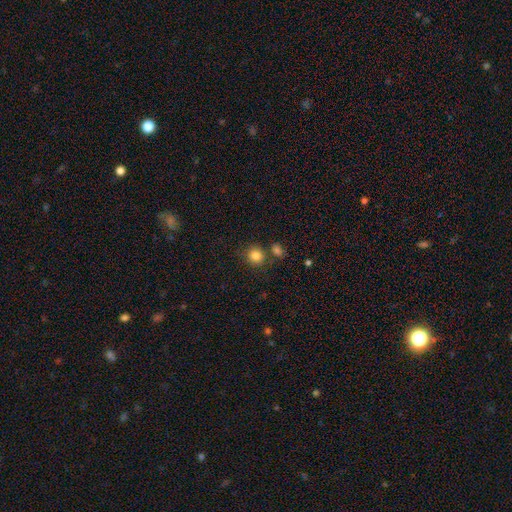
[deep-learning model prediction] Morphology: type=smooth (84%); roundness=round (85%); merging=none (73%).